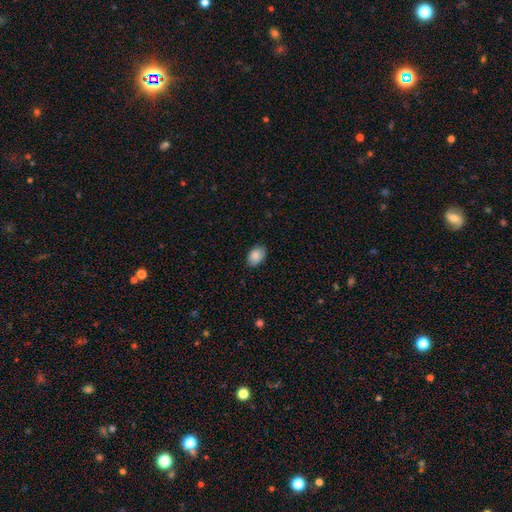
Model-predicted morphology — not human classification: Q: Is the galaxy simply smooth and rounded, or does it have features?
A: smooth — 88%.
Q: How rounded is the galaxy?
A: in between — 87%.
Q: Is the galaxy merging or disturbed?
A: none — 84%.